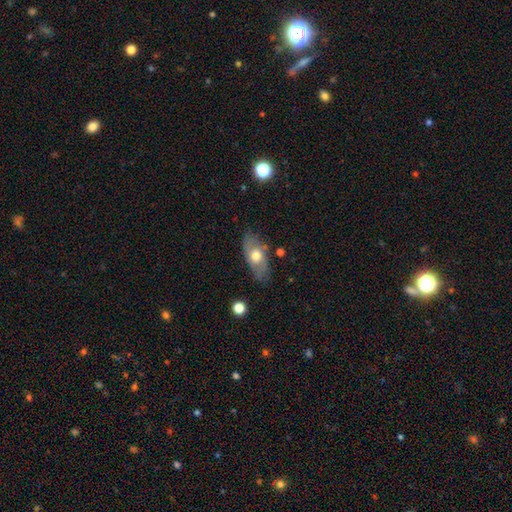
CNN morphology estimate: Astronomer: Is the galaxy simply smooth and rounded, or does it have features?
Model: smooth — 55% (runner-up: featured or disk, 38%).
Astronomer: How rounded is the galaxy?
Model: in between — 84%.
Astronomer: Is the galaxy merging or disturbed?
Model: none — 74%.